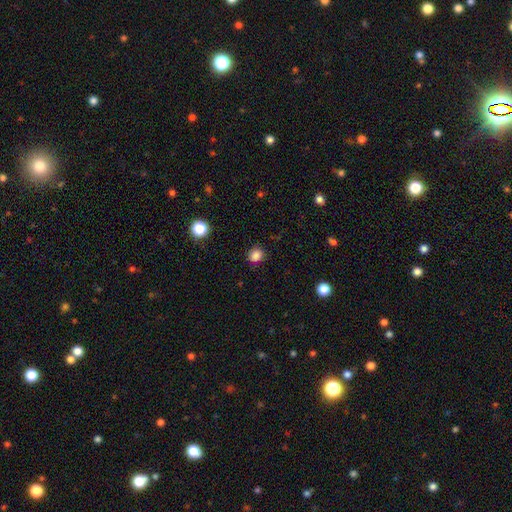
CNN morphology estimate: A smooth galaxy with no disk features (84%) that is round (75%).

Vote fractions:
- Smooth or featured? smooth: 84% / star or artifact: 12% / featured or disk: 3%
- How rounded? round: 75% / in between: 24% / cigar-shaped: 1%
- Merging? none: 86% / minor disturbance: 9% / major disturbance: 3% / merger: 1%